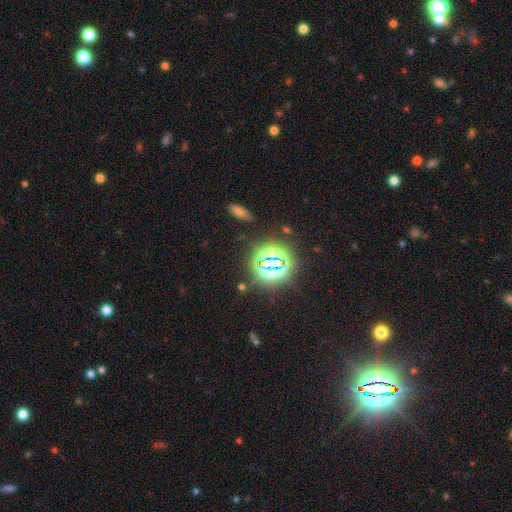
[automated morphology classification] Q: Smooth or featured?
A: star or artifact (81%); runner-up: smooth (13%)